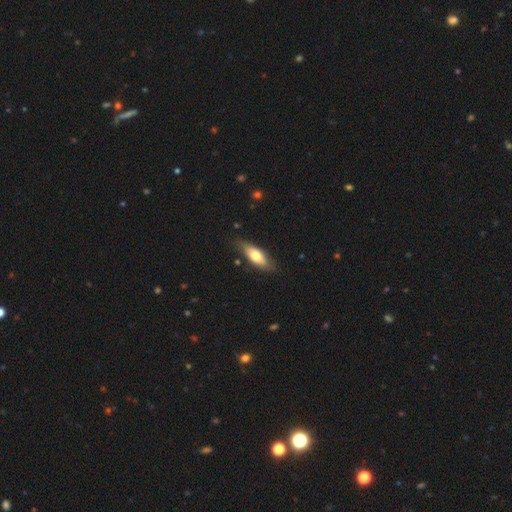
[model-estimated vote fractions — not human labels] Q: Smooth or featured?
A: smooth (64%); runner-up: featured or disk (30%)
Q: How rounded?
A: in between (70%); runner-up: cigar-shaped (28%)
Q: Merging?
A: none (75%); runner-up: minor disturbance (20%)